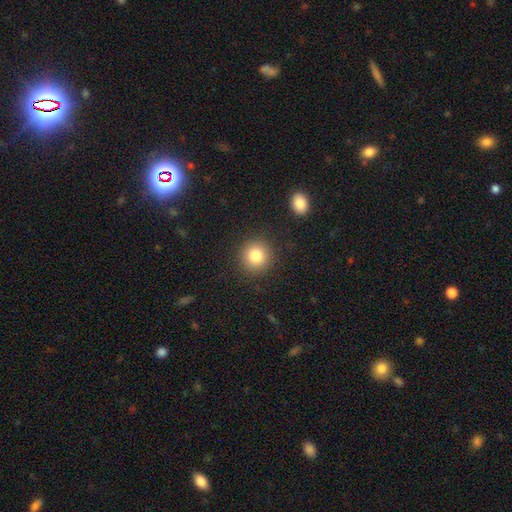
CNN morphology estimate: type=smooth (81%); roundness=round (93%); merging=none (90%).